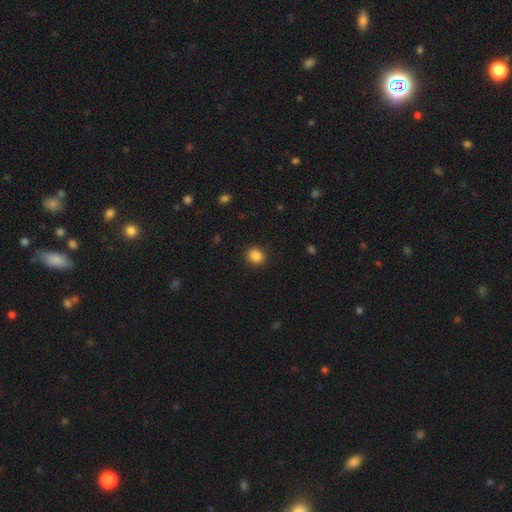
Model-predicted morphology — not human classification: smooth-or-featured: smooth: 86% | star or artifact: 10% | featured or disk: 3%
  how-rounded: round: 85% | in between: 14% | cigar-shaped: 1%
  merging: none: 91% | minor disturbance: 6% | major disturbance: 2% | merger: 1%